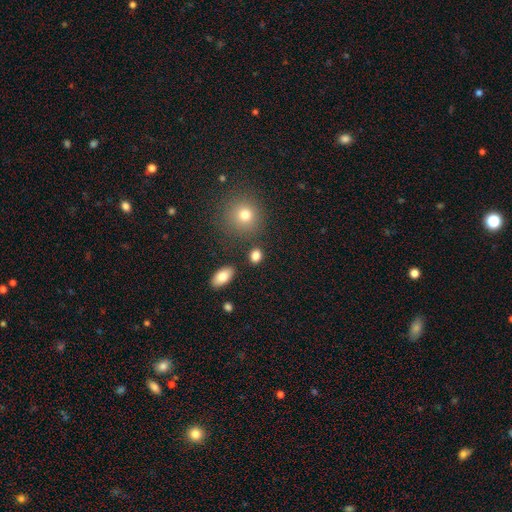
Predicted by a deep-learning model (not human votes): Q: Smooth or featured?
A: smooth (83%); runner-up: star or artifact (11%)
Q: How rounded?
A: round (51%); runner-up: in between (46%)
Q: Merging?
A: none (82%); runner-up: minor disturbance (9%)